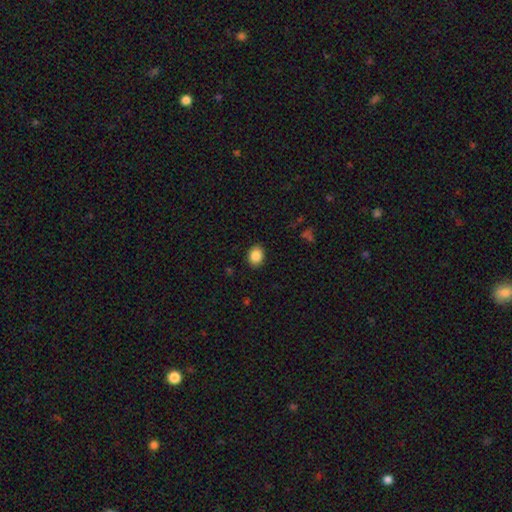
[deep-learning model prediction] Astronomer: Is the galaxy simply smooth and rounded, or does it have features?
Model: smooth — 87%.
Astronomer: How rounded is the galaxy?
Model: in between — 52% (runner-up: round, 47%).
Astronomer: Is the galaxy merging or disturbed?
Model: none — 90%.